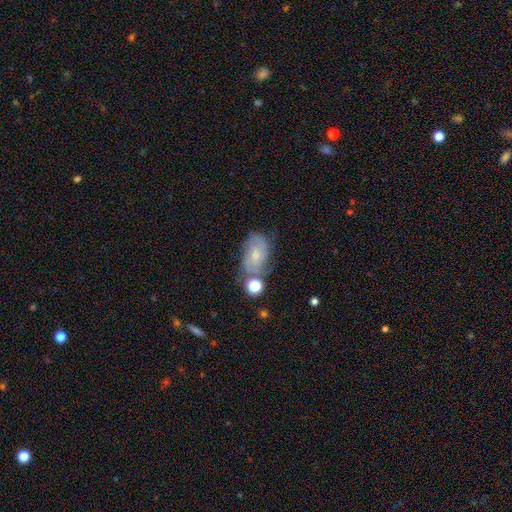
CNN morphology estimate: type=featured or disk (56%); edge-on=no (95%); bar=no (67%); spiral arms=yes (82%); bulge=small (58%); merging=none (50%).